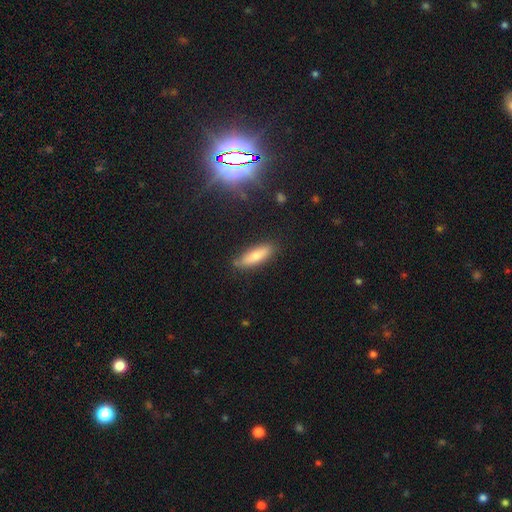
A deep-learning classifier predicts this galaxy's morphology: A smooth galaxy with no disk features (69%) that is in between round and cigar-shaped (49%, tied with cigar-shaped). Merging: none (84%).